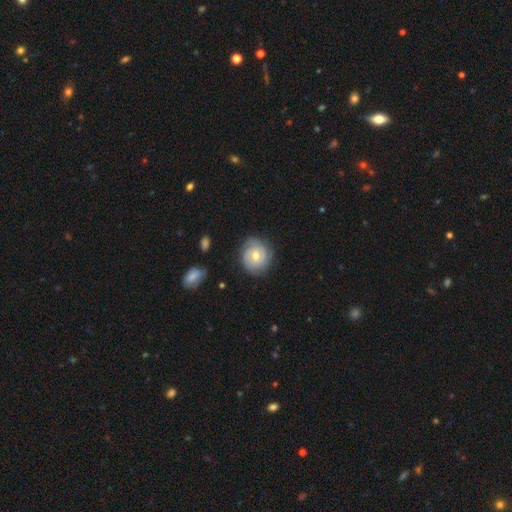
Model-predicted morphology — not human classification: smooth_or_featured: featured or disk (p=0.64) [alt: smooth p=0.29]
disk_edge_on: no (p=0.97) [alt: yes p=0.03]
bar: no (p=0.68) [alt: weak p=0.27]
has_spiral_arms: yes (p=0.85) [alt: no p=0.15]
spiral_winding: tight (p=0.70) [alt: medium p=0.23]
spiral_arm_count: can't tell (p=0.37) [alt: 2 p=0.32]
bulge_size: moderate (p=0.69) [alt: small p=0.26]
merging: none (p=0.77) [alt: minor disturbance p=0.17]